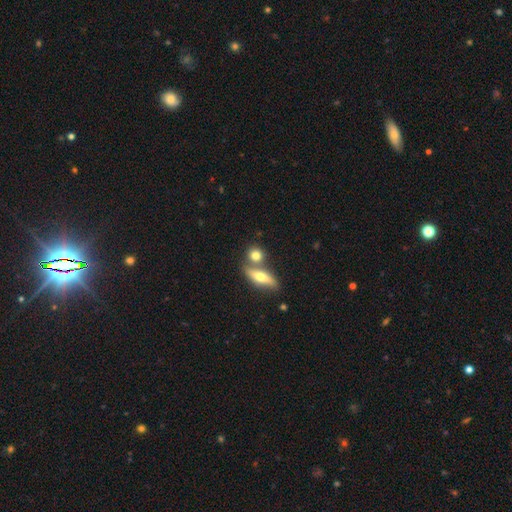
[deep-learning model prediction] Q: Smooth or featured?
A: smooth (74%); runner-up: featured or disk (18%)
Q: How rounded?
A: round (61%); runner-up: in between (28%)
Q: Merging?
A: none (53%); runner-up: merger (35%)